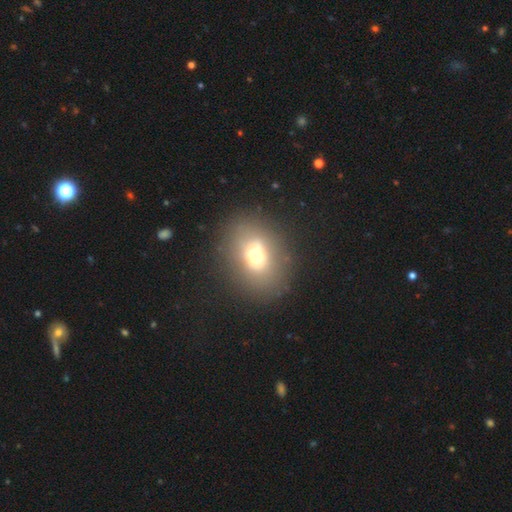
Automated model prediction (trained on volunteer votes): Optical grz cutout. It shows a smooth galaxy with no disk features (60%) that is in between round and cigar-shaped (51%). Merging: none (78%).